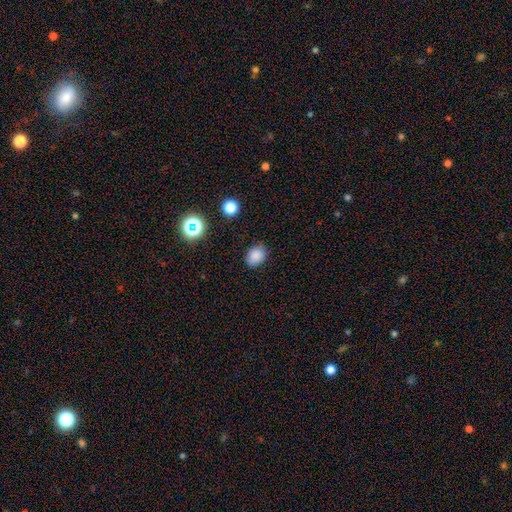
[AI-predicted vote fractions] smooth-or-featured: smooth: 84% | star or artifact: 11% | featured or disk: 5%
  how-rounded: in between: 59% | round: 40% | cigar-shaped: 1%
  merging: none: 83% | minor disturbance: 13% | major disturbance: 3% | merger: 1%